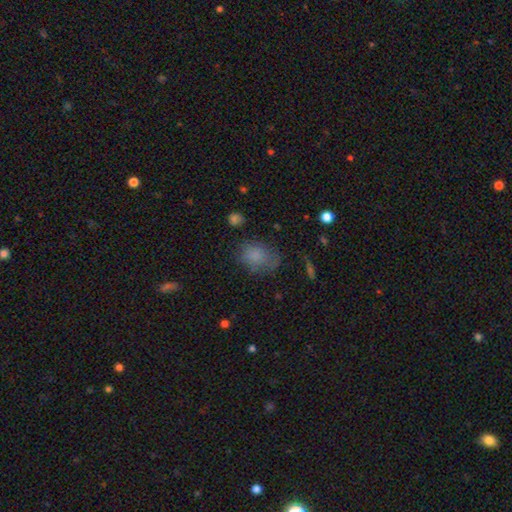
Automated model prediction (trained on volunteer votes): smooth 78%, star or artifact 12%, featured or disk 10%. Down the decision tree: how rounded — in between (73%); merging — none (60%).